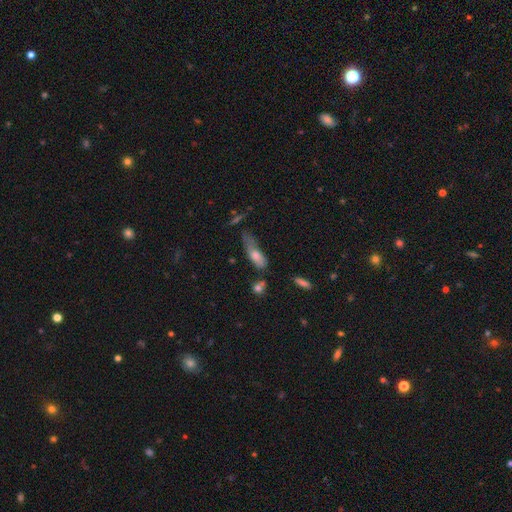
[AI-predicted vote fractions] Morphology: type=smooth (61%); roundness=in between (55%); merging=major disturbance (30%).